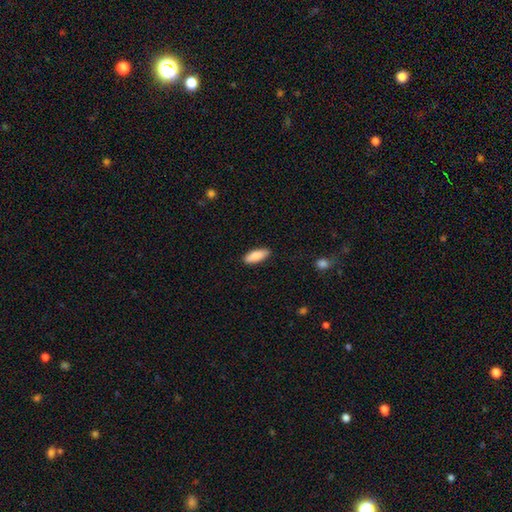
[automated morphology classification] smooth 88%, featured or disk 7%, star or artifact 6%. Down the decision tree: how rounded — in between (77%); merging — none (87%).